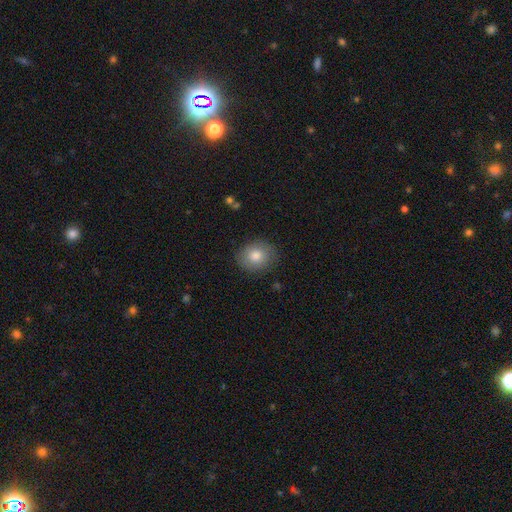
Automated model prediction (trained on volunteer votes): Morphology: type=smooth (81%); roundness=round (67%); merging=none (86%).